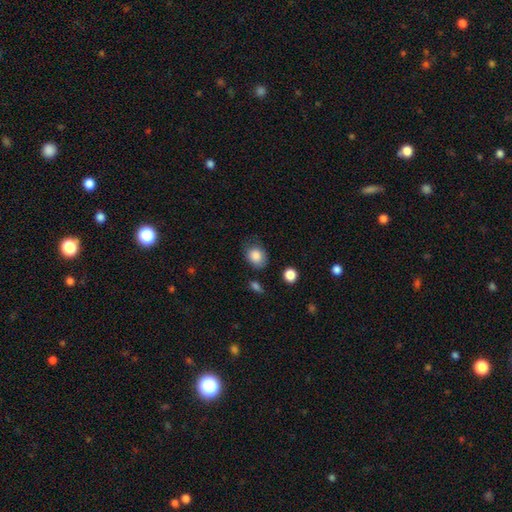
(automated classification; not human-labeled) Smooth or featured? smooth (85%)
How rounded? round (51%)
Merging? none (69%)